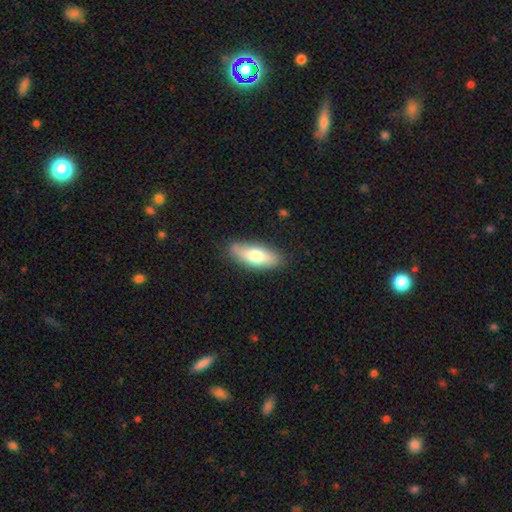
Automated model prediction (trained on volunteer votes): A smooth galaxy with no disk features (72%) that is in between round and cigar-shaped (75%). Merging: none (84%).